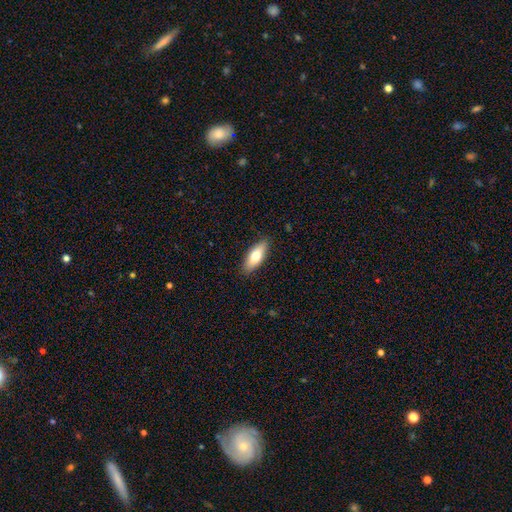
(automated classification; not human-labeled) This appears to be a smooth galaxy with no disk features (72%) that is in between round and cigar-shaped (69%). Merging: none (88%).